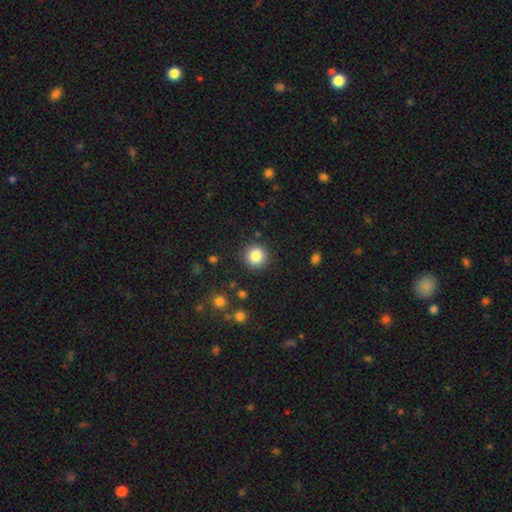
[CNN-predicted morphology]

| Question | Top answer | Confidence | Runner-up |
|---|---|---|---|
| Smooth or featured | smooth | 84% | star or artifact (10%) |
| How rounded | round | 94% | in between (5%) |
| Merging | none | 90% | minor disturbance (7%) |